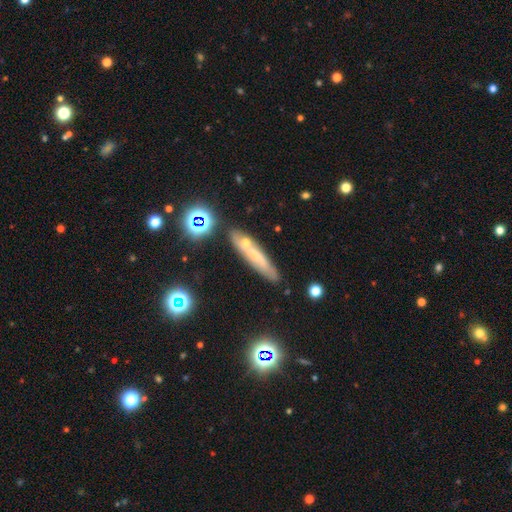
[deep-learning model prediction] smooth 51%, featured or disk 34%, star or artifact 16%. Down the decision tree: how rounded — cigar-shaped (85%); merging — none (72%).